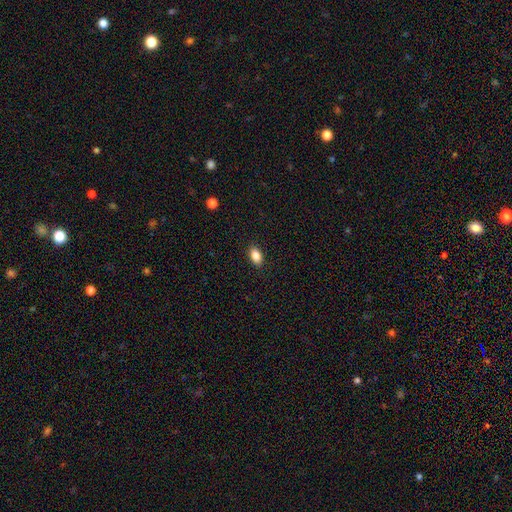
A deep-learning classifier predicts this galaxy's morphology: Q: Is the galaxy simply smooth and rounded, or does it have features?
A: smooth — 86%.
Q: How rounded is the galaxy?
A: in between — 89%.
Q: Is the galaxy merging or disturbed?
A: none — 89%.